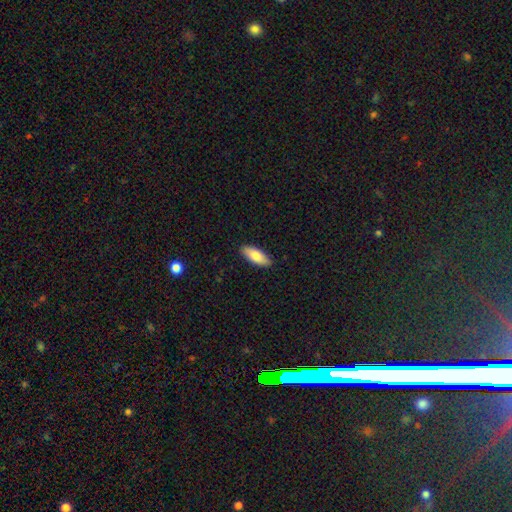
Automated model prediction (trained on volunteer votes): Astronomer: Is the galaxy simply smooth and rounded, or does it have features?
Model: smooth — 82%.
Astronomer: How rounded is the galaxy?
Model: in between — 78%.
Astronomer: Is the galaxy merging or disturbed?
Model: none — 89%.